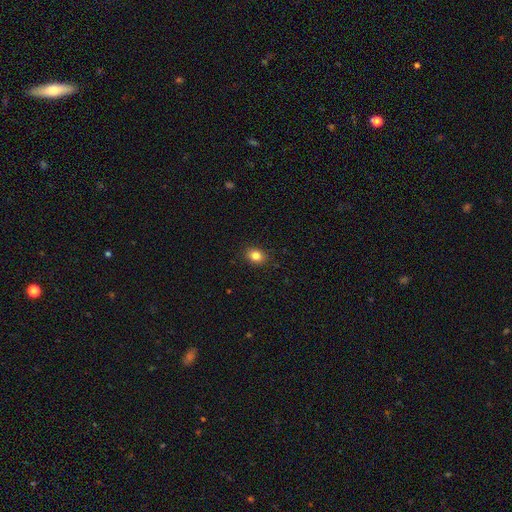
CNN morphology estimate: Q: Smooth or featured?
A: smooth (84%); runner-up: star or artifact (10%)
Q: How rounded?
A: in between (59%); runner-up: round (40%)
Q: Merging?
A: none (89%); runner-up: minor disturbance (8%)